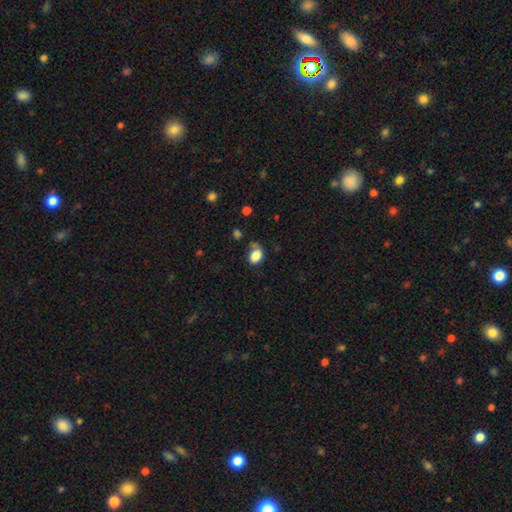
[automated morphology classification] This appears to be a smooth galaxy with no disk features (83%) that is in between round and cigar-shaped (71%). Merging: none (54%).